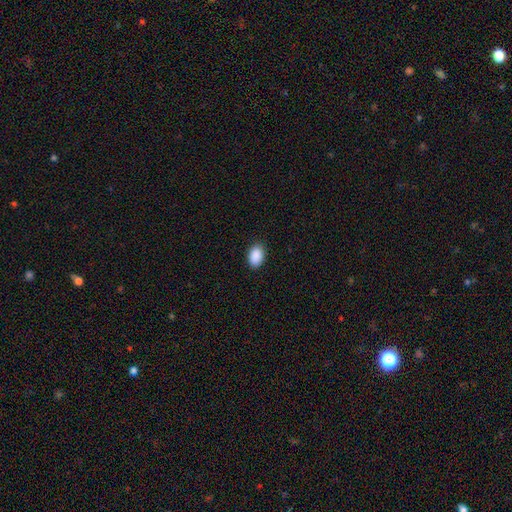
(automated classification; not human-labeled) A smooth galaxy with no disk features (91%) that is in between round and cigar-shaped (87%). Merging: none (87%).